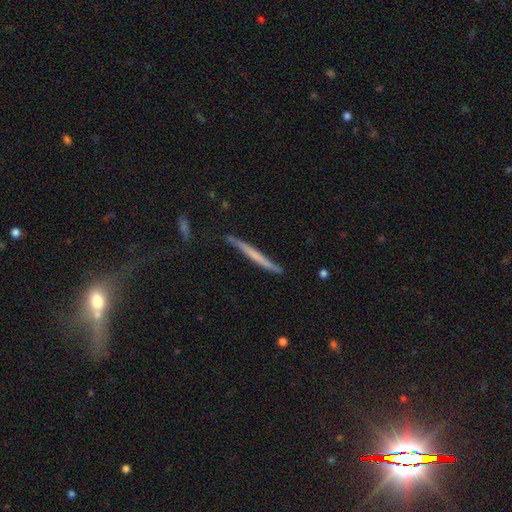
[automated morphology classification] Smooth or featured?
  - smooth: 47% * (tied)
  - featured or disk: 47% * (tied)
  - star or artifact: 6%
Merging?
  - none: 86% *
  - minor disturbance: 11%
  - major disturbance: 2%
  - merger: 2%